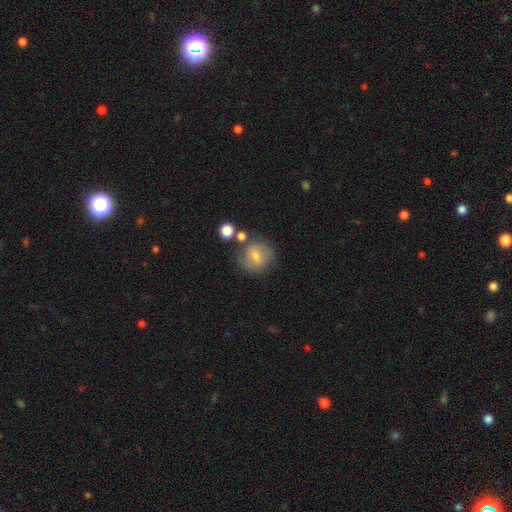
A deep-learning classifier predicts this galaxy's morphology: Smooth or featured?
  - smooth: 47% *
  - featured or disk: 44%
  - star or artifact: 9%
Merging?
  - none: 67% *
  - minor disturbance: 15%
  - merger: 11%
  - major disturbance: 6%